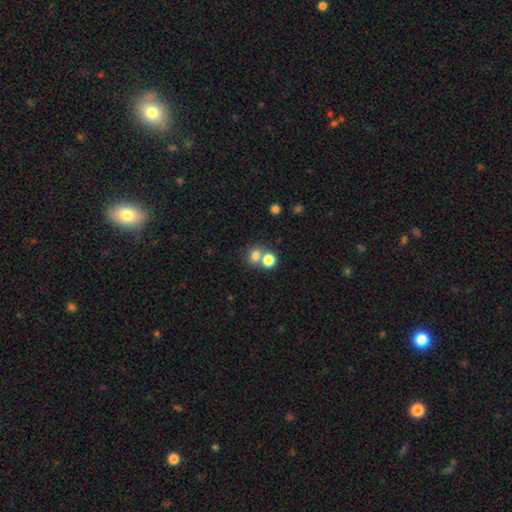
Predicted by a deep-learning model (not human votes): A smooth galaxy with no disk features (75%) that is round (72%). Merging: none (49%).